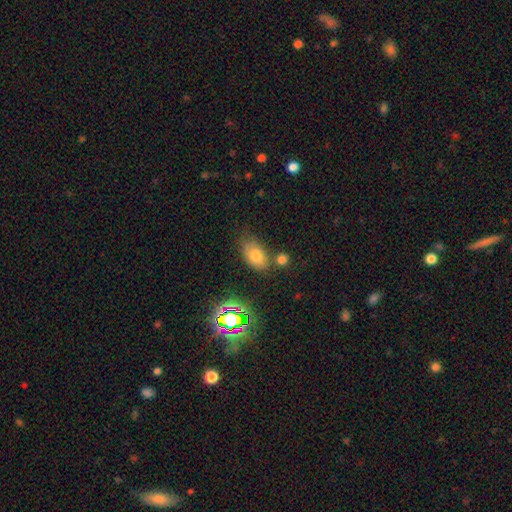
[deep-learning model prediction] Smooth or featured: smooth — 71% (star or artifact — 16%)
How rounded: in between — 86% (round — 12%)
Merging: none — 63% (minor disturbance — 18%)